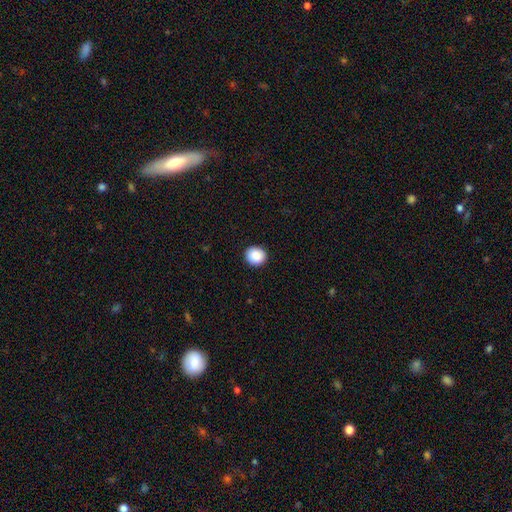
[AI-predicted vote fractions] This appears to be a smooth galaxy with no disk features (89%) that is round (88%). Merging: none (92%).